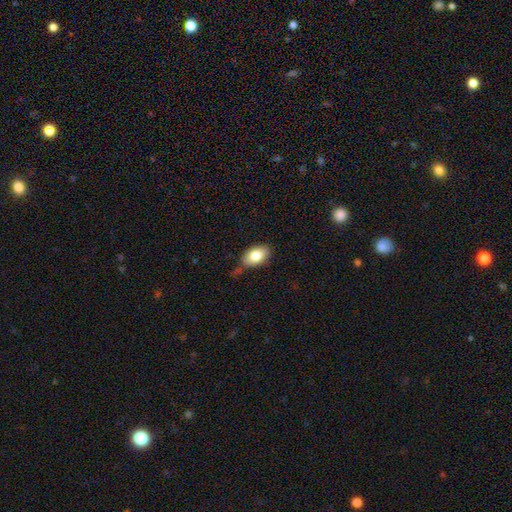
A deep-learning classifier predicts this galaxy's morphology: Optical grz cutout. It shows a smooth galaxy with no disk features (81%) that is in between round and cigar-shaped (91%). Merging: none (70%).